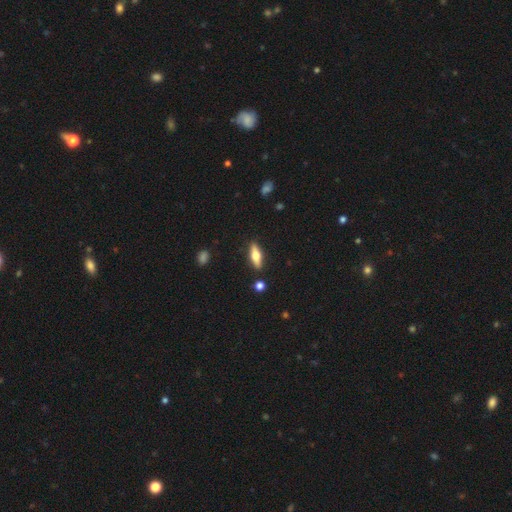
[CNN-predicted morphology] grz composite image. It shows a smooth galaxy with no disk features (50%) that is cigar-shaped (49%). Merging: none (88%).